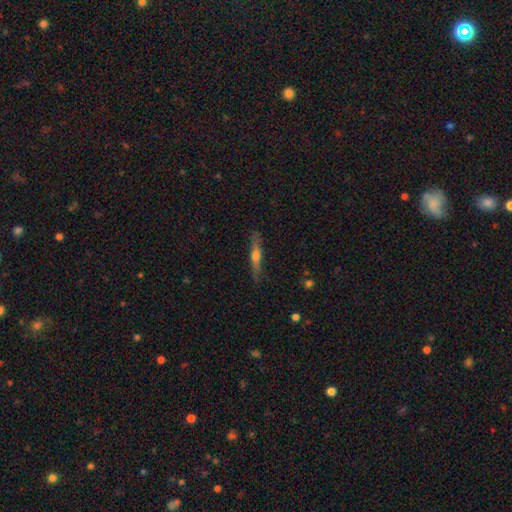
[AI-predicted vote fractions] A featured or disk galaxy (56%) viewed edge-on (94%) with a rounded central bulge (81%).

Vote fractions:
- Smooth or featured? featured or disk: 56% / smooth: 37% / star or artifact: 7%
- Edge-on disk? yes: 94% / no: 6%
- Edge-on bulge? rounded: 81% / none: 13% / boxy: 6%
- Merging? none: 86% / minor disturbance: 11% / major disturbance: 2% / merger: 1%